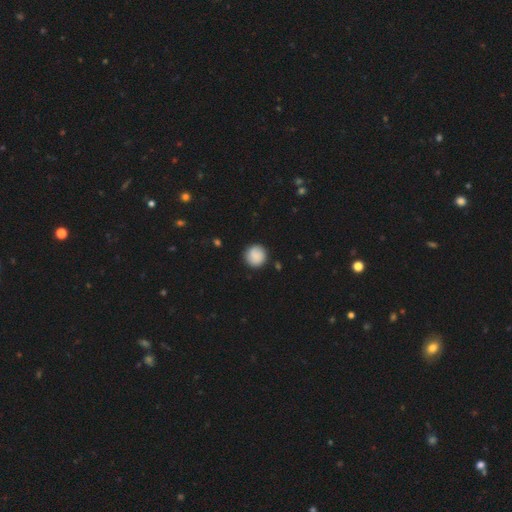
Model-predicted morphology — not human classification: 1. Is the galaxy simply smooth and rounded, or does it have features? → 86% smooth, 7% featured or disk, 7% star or artifact.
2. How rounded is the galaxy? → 94% round, 5% in between, 1% cigar-shaped.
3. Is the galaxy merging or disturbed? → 87% none, 9% minor disturbance, 2% major disturbance, 1% merger.